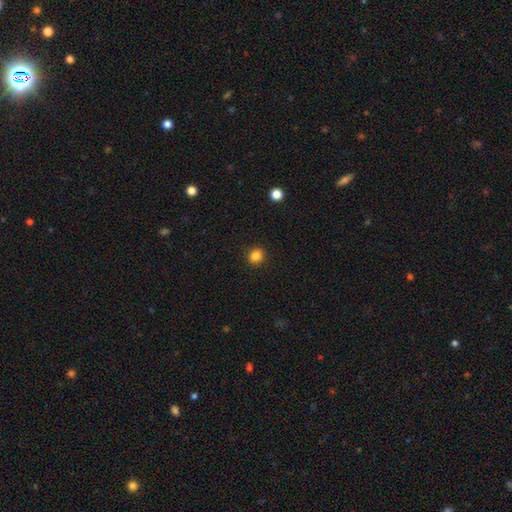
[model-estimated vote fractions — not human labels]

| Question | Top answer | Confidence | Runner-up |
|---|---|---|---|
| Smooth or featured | smooth | 84% | star or artifact (11%) |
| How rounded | round | 83% | in between (16%) |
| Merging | none | 91% | minor disturbance (6%) |